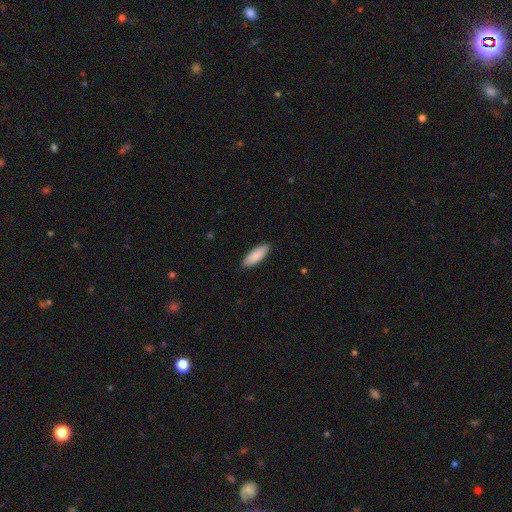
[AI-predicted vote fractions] The model was most divided on "how rounded": in between: 67%, cigar-shaped: 32%, round: 1%. More confident: merging — none (90%); smooth or featured — smooth (89%).